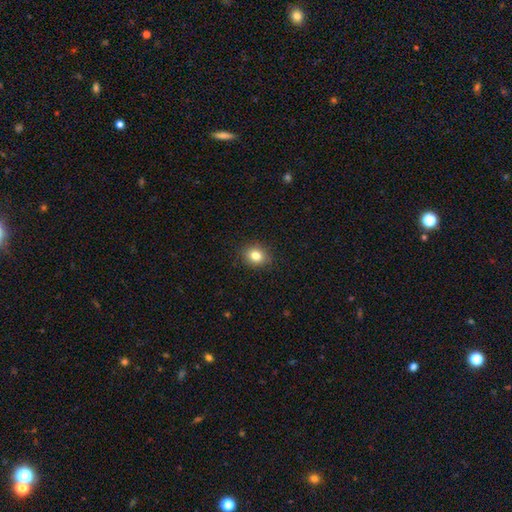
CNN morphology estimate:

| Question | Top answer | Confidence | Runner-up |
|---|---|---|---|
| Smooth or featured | smooth | 82% | star or artifact (11%) |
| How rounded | round | 52% | in between (47%) |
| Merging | none | 88% | minor disturbance (9%) |